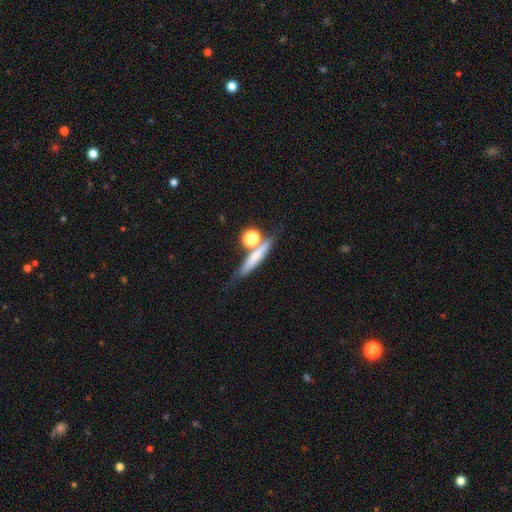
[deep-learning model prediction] A smooth galaxy with no disk features (61%) that is cigar-shaped (67%).

Vote fractions:
- Smooth or featured? smooth: 61% / featured or disk: 29% / star or artifact: 10%
- How rounded? cigar-shaped: 67% / in between: 18% / round: 16%
- Merging? none: 58% / merger: 20% / minor disturbance: 16% / major disturbance: 7%